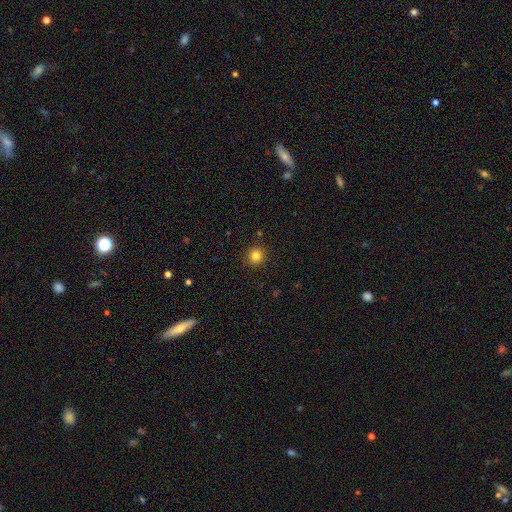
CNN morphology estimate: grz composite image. It shows a smooth galaxy with no disk features (81%) that is round (93%). Merging: none (91%).